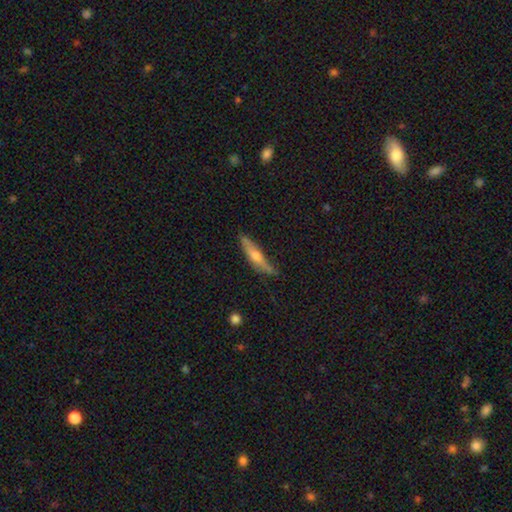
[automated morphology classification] type=featured or disk (53%); edge-on=yes (90%); merging=none (76%).